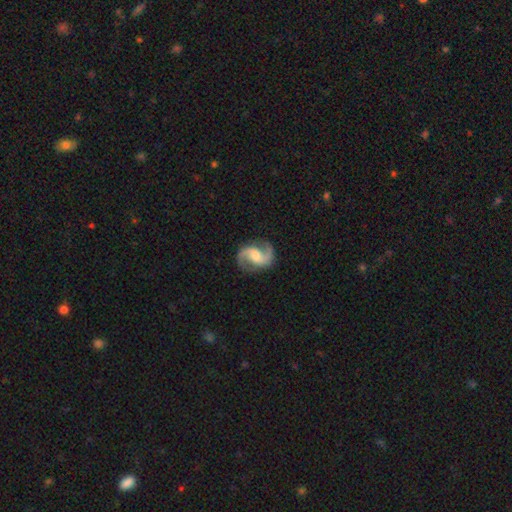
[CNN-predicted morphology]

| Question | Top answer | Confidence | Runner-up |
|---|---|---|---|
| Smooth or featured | featured or disk | 91% | smooth (5%) |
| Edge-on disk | no | 98% | yes (2%) |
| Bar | weak | 45% | no (41%) |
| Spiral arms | yes | 98% | no (2%) |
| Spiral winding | medium | 56% | loose (32%) |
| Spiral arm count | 2 | 94% | can't tell (1%) |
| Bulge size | moderate | 53% | small (30%) |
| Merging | none | 85% | minor disturbance (11%) |